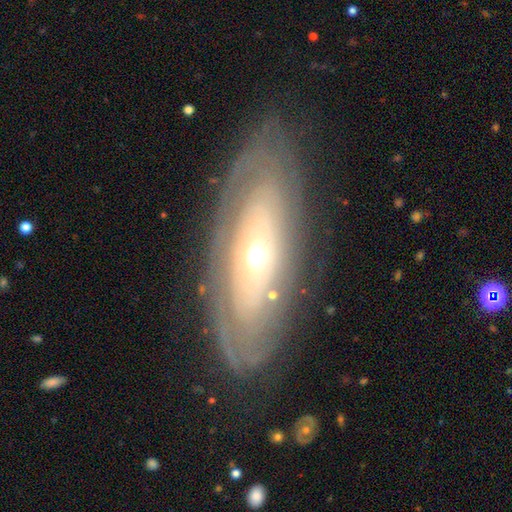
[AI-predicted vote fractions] This appears to be a featured or disk galaxy (72%) with no bar (86%), spiral arms (53%) and a small central bulge (55%). Merging: none (80%).